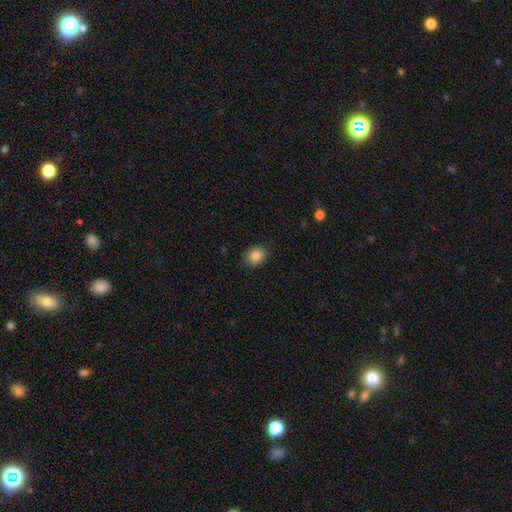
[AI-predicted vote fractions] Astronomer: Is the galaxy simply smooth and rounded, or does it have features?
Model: smooth — 86%.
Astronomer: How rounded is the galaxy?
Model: round — 59% (runner-up: in between, 40%).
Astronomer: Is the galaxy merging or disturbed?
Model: none — 86%.